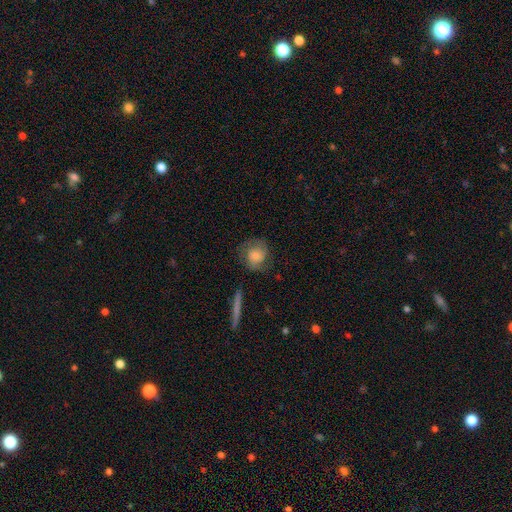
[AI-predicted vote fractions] Smooth or featured? Predicted: smooth (p=0.51). How rounded? Predicted: round (p=0.79). Merging? Predicted: none (p=0.67).